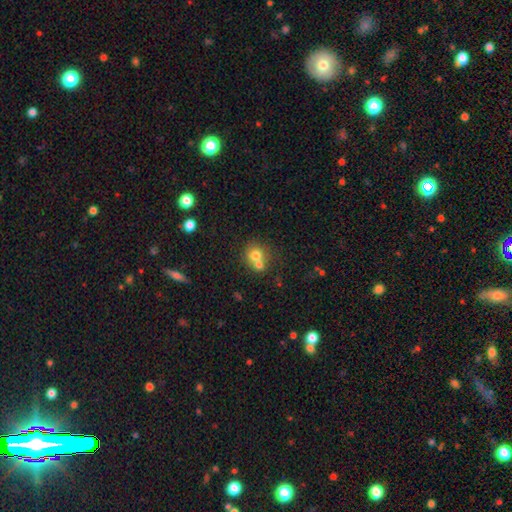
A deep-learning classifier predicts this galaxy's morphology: Smooth or featured: smooth — 72% (featured or disk — 16%)
How rounded: round — 84% (in between — 15%)
Merging: merger — 51% (none — 40%)